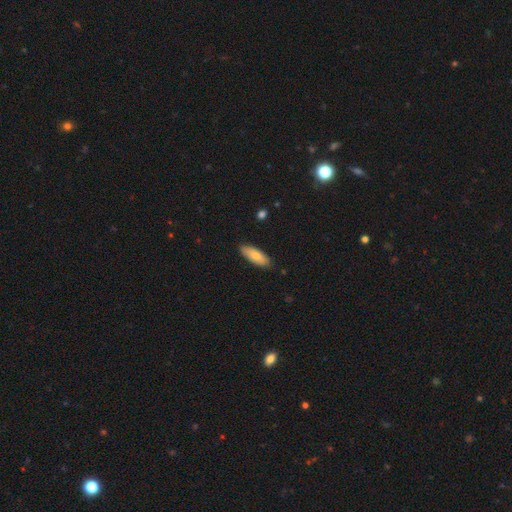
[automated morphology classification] Smooth or featured: smooth — 75% (featured or disk — 19%)
How rounded: in between — 71% (cigar-shaped — 27%)
Merging: none — 86% (minor disturbance — 11%)